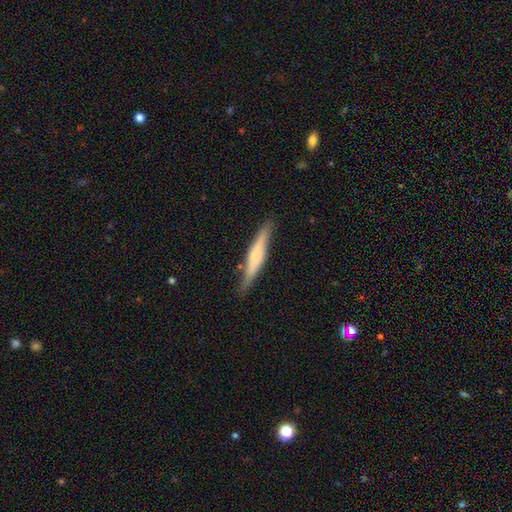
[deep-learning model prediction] Smooth or featured? Predicted: smooth (p=0.48). Merging? Predicted: none (p=0.84).